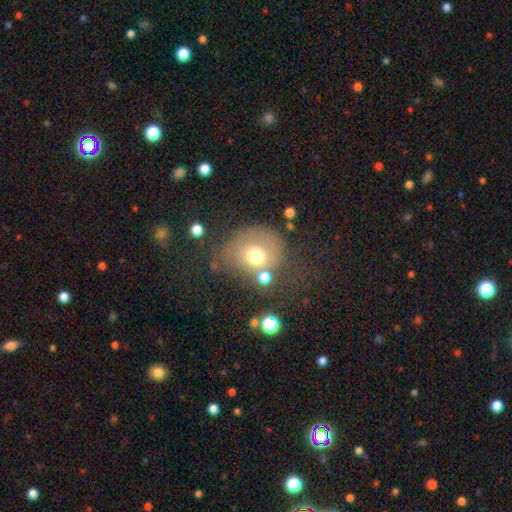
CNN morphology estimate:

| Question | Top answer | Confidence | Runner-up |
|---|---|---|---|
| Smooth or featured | smooth | 63% | featured or disk (23%) |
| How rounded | round | 75% | in between (24%) |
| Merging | none | 47% | minor disturbance (21%) |